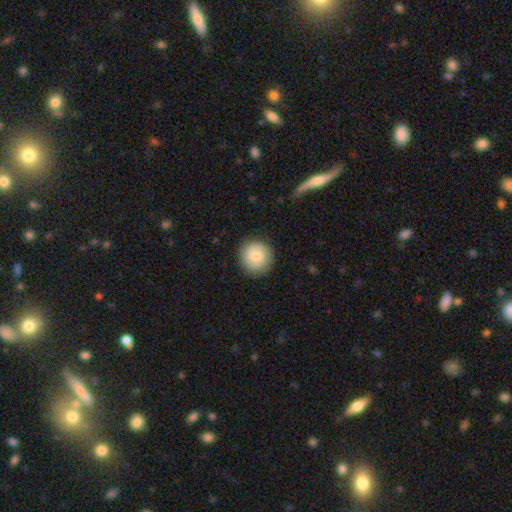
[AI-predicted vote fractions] Smooth or featured? smooth (71%)
How rounded? round (93%)
Merging? none (88%)